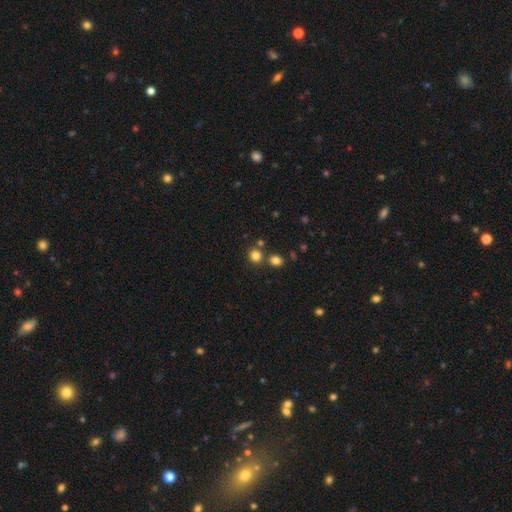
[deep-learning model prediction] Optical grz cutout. It shows a smooth galaxy with no disk features (79%) that is round (87%). Merging: none (72%).